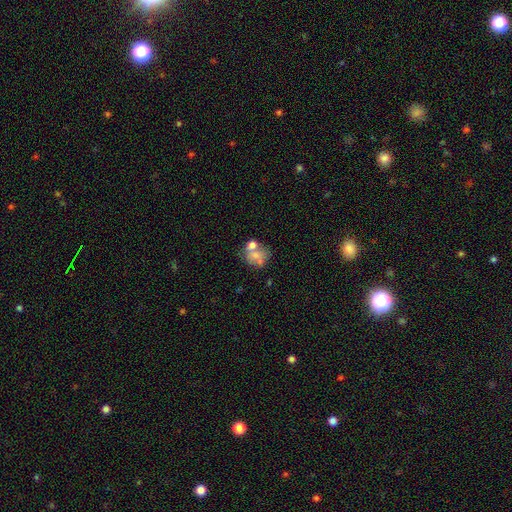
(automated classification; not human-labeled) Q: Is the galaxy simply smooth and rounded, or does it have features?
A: smooth — 58%.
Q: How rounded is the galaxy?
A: round — 58%.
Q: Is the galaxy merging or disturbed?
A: merger — 40%.